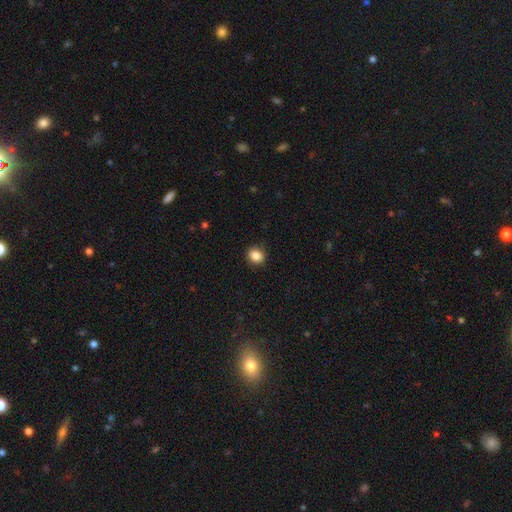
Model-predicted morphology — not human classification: This appears to be a smooth galaxy with no disk features (86%) that is round (65%). Merging: none (87%).